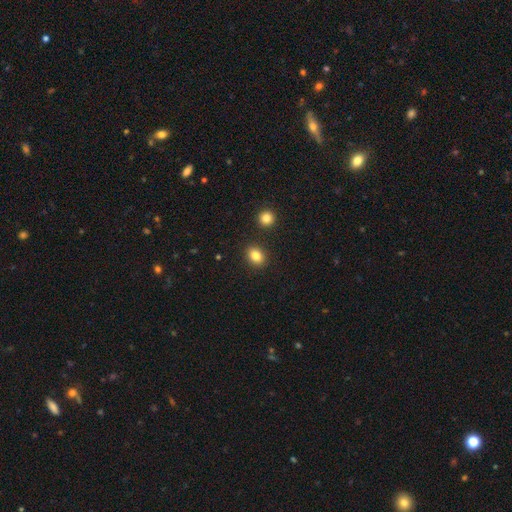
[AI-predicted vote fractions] Smooth or featured?
  - smooth: 85% *
  - star or artifact: 10%
  - featured or disk: 6%
How rounded?
  - in between: 56% *
  - round: 42%
  - cigar-shaped: 1%
Merging?
  - none: 88% *
  - minor disturbance: 7%
  - merger: 3%
  - major disturbance: 2%